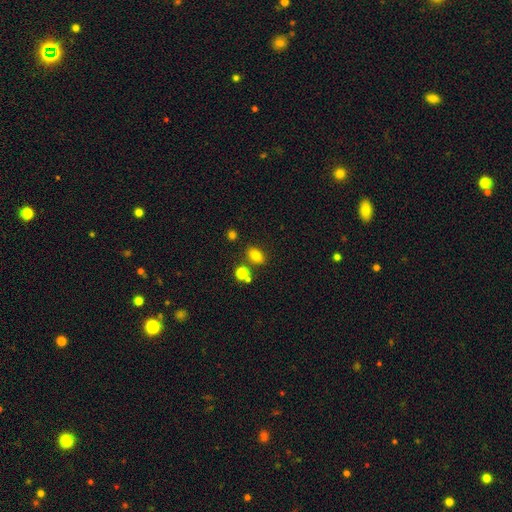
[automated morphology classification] smooth 80%, star or artifact 12%, featured or disk 8%. Down the decision tree: how rounded — in between (78%); merging — none (76%).